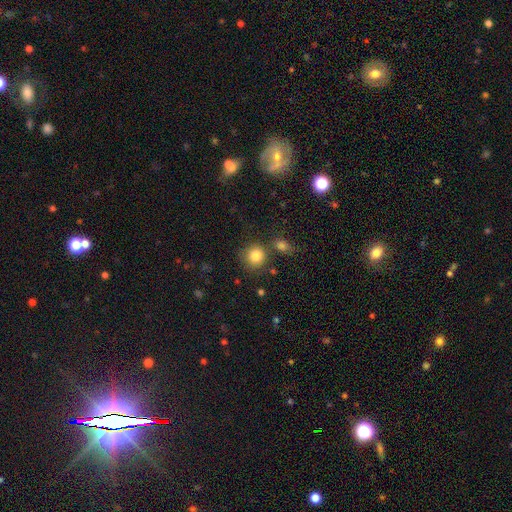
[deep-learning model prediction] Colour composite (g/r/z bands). It shows a smooth galaxy with no disk features (84%) that is round (88%). Merging: none (73%).